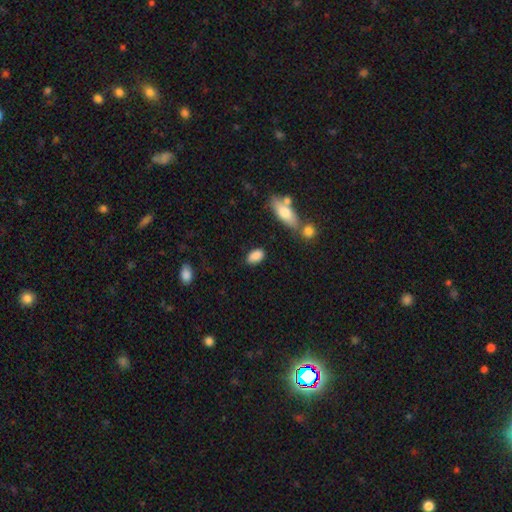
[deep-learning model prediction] Smooth or featured: smooth — 87% (star or artifact — 7%)
How rounded: in between — 90% (round — 7%)
Merging: none — 80% (minor disturbance — 13%)